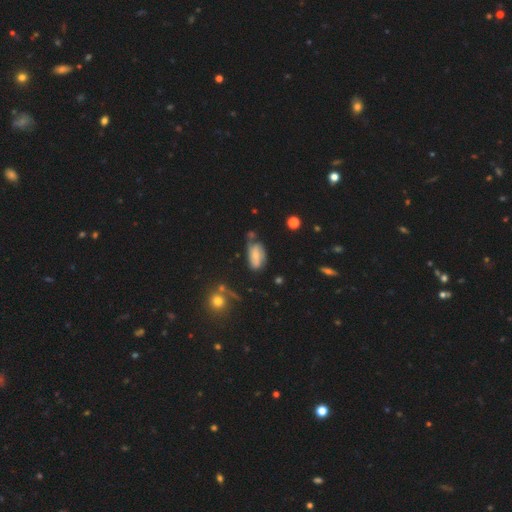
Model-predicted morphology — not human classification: Smooth or featured?
  - smooth: 52% *
  - featured or disk: 38%
  - star or artifact: 10%
How rounded?
  - in between: 88% *
  - cigar-shaped: 7%
  - round: 5%
Merging?
  - none: 49% *
  - minor disturbance: 30%
  - major disturbance: 11%
  - merger: 9%